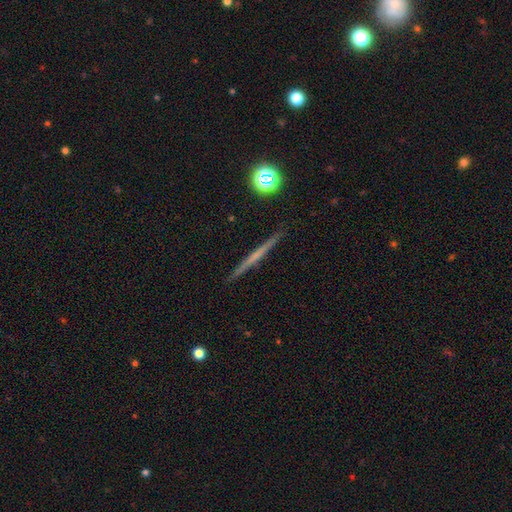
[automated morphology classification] A featured or disk galaxy (58%) viewed edge-on (97%) with no central bulge (85%). Merging: none (92%).